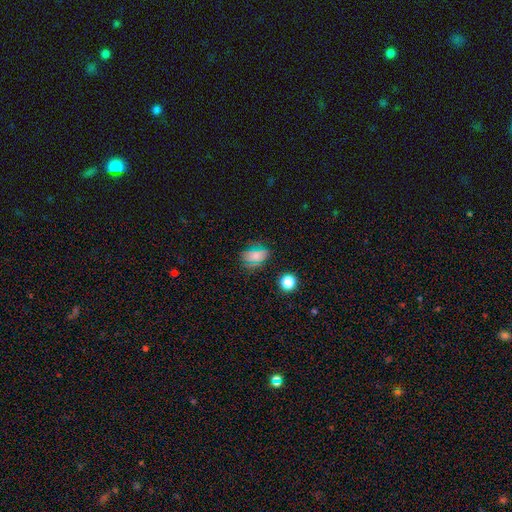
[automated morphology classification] A smooth galaxy with no disk features (61%) that is in between round and cigar-shaped (66%). Merging: none (74%).